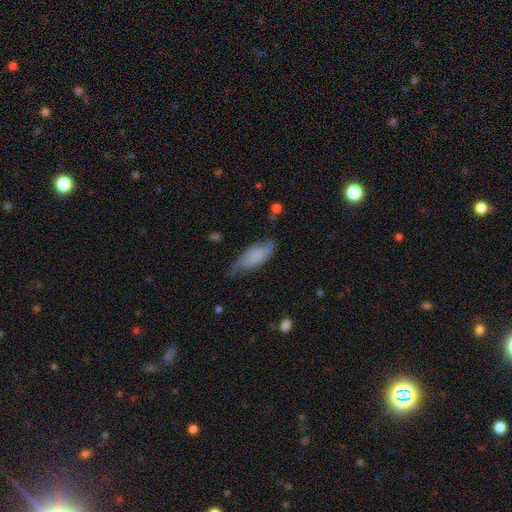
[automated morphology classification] The model was most divided on "merging": none: 52%, minor disturbance: 36%, major disturbance: 11%, merger: 2%. More confident: how rounded — in between (75%); smooth or featured — smooth (66%).